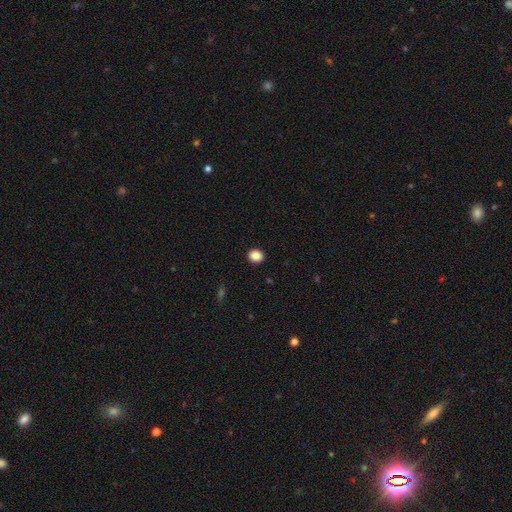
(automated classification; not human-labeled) This is clearly a smooth galaxy (88%). How rounded: likely round (61%). Merging: clearly none (91%).